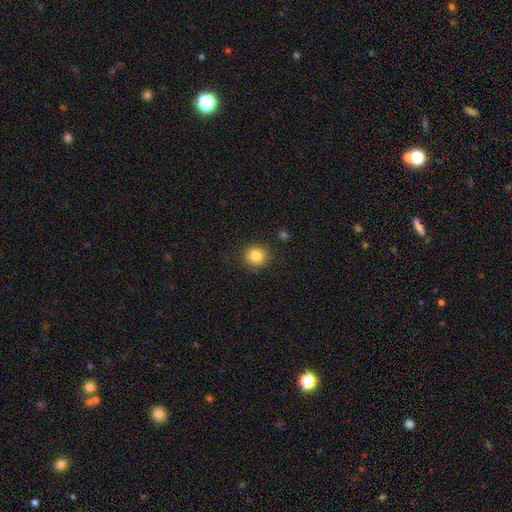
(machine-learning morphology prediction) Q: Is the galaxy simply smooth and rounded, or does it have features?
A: smooth — 84%.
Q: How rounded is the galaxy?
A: round — 90%.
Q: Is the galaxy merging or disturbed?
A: none — 89%.